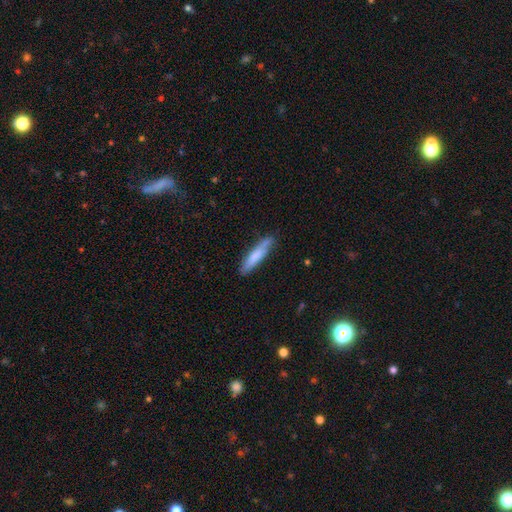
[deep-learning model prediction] Smooth or featured: smooth — 73% (featured or disk — 21%)
How rounded: cigar-shaped — 85% (in between — 14%)
Merging: none — 79% (minor disturbance — 16%)